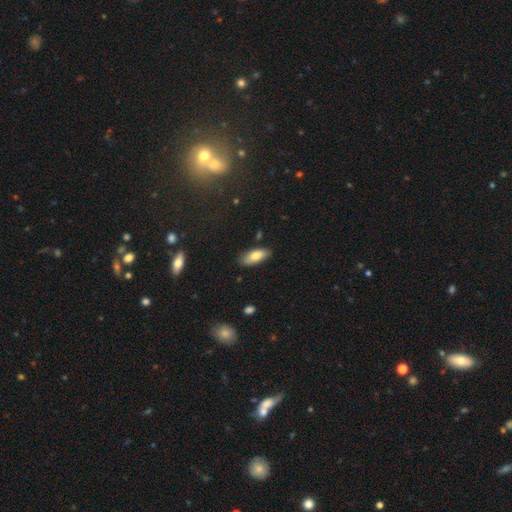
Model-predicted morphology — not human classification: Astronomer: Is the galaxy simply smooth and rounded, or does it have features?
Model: smooth — 77%.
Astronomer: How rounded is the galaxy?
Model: in between — 82%.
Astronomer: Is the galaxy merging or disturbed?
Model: none — 82%.